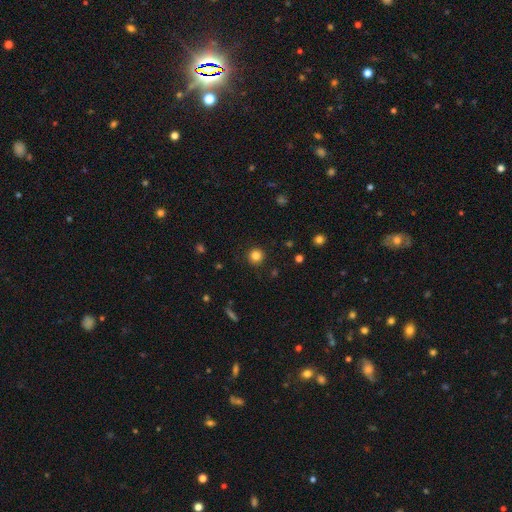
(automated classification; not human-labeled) Smooth or featured?
  - smooth: 83% *
  - star or artifact: 12%
  - featured or disk: 5%
How rounded?
  - round: 95% *
  - in between: 4%
  - cigar-shaped: 1%
Merging?
  - none: 91% *
  - minor disturbance: 6%
  - major disturbance: 2%
  - merger: 1%